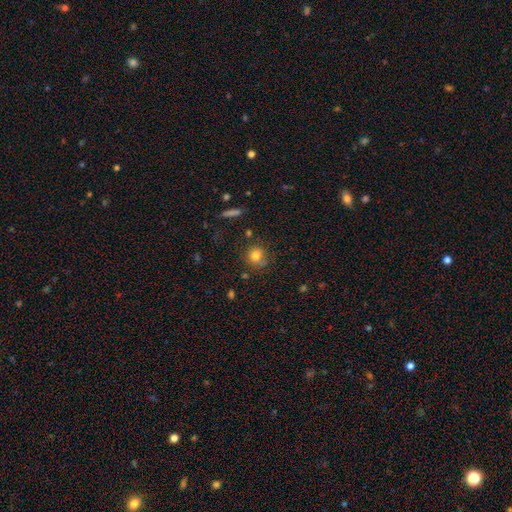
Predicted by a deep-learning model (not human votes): Smooth or featured: smooth — 79% (star or artifact — 11%)
How rounded: round — 85% (in between — 14%)
Merging: none — 72% (minor disturbance — 17%)